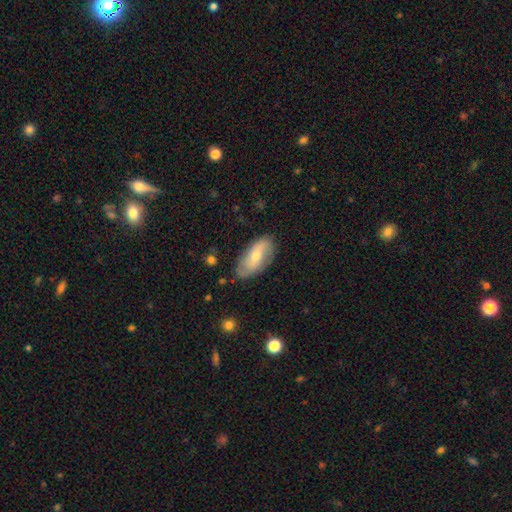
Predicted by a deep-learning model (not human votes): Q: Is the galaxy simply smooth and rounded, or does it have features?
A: featured or disk — 47%.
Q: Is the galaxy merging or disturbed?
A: none — 77%.